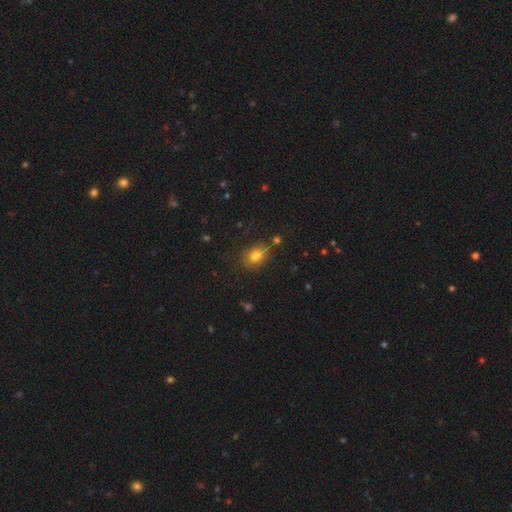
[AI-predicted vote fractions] Smooth or featured? Predicted: smooth (p=0.80). How rounded? Predicted: in between (p=0.70). Merging? Predicted: none (p=0.74).